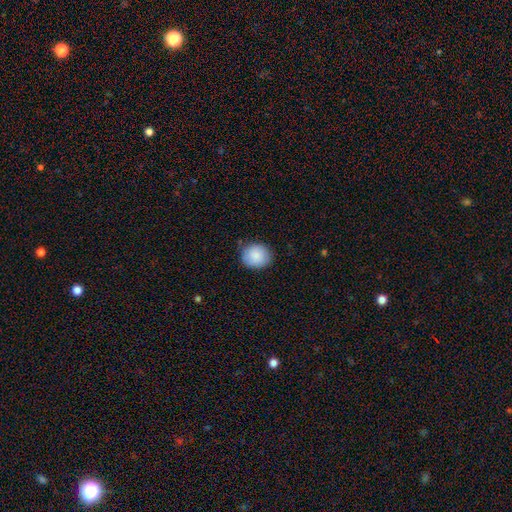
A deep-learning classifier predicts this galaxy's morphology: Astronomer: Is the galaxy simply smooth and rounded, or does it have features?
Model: smooth — 87%.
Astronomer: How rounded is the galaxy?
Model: round — 76%.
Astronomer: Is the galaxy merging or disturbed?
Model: none — 82%.